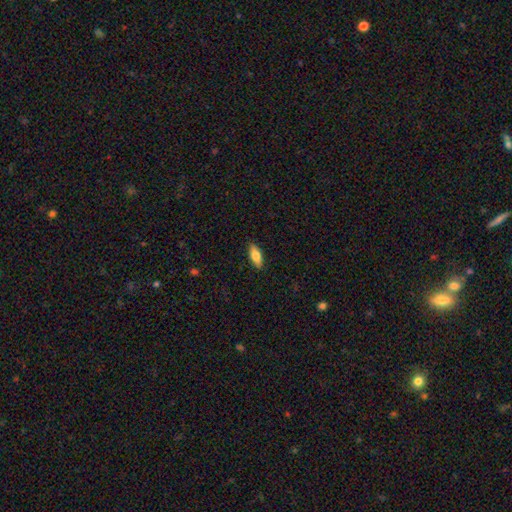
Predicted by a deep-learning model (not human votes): Morphology: type=smooth (76%); roundness=in between (77%); merging=none (88%).